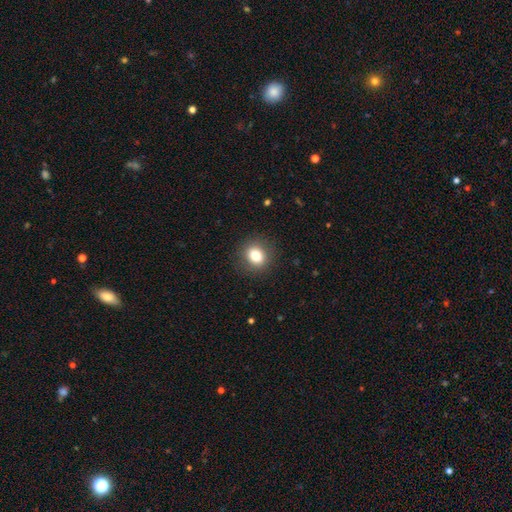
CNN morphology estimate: type=smooth (80%); roundness=round (76%); merging=none (89%).